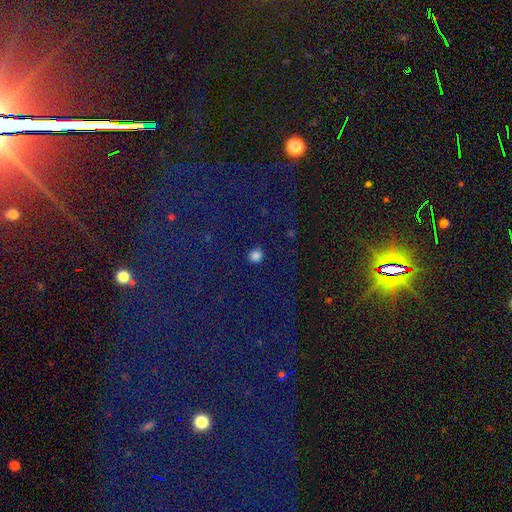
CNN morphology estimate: Overall: smooth (82%). How rounded: round (85%). Merging: none (89%).